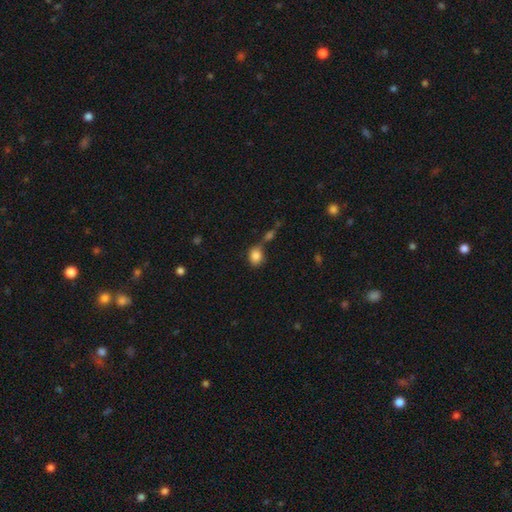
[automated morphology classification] A smooth galaxy with no disk features (85%) that is round (55%). Merging: none (56%).